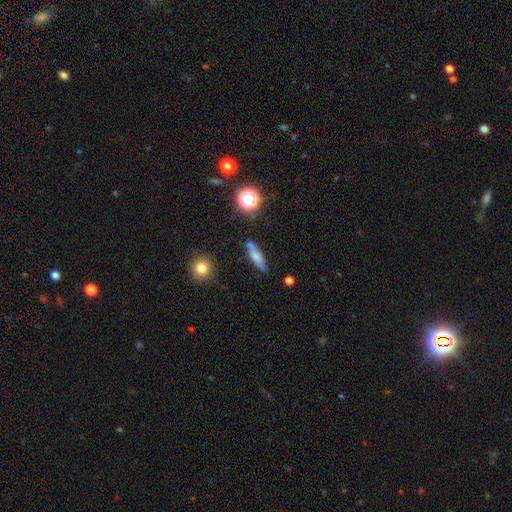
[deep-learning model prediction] smooth_or_featured: smooth (p=0.63) [alt: featured or disk p=0.27]
how_rounded: cigar-shaped (p=0.66) [alt: in between p=0.29]
merging: none (p=0.72) [alt: minor disturbance p=0.18]